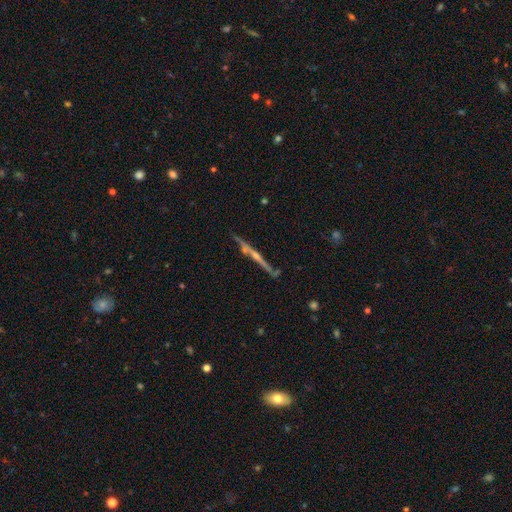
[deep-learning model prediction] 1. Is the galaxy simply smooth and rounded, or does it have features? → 76% featured or disk, 16% smooth, 8% star or artifact.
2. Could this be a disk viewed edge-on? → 96% yes, 4% no.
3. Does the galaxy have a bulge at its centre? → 60% rounded, 32% none, 8% boxy.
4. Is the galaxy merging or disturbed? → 77% none, 14% minor disturbance, 6% merger, 3% major disturbance.